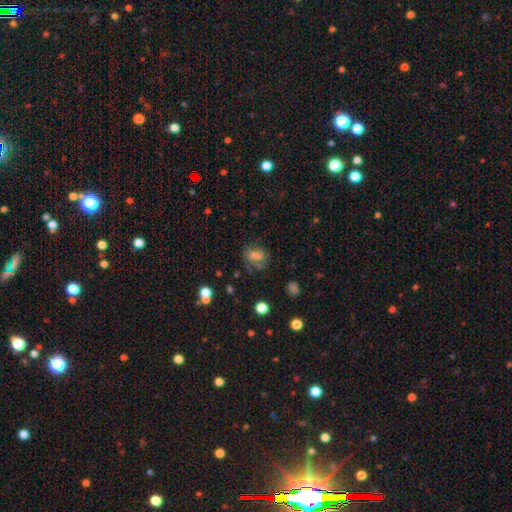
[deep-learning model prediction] Smooth or featured? Predicted: smooth (p=0.57). How rounded? Predicted: in between (p=0.55). Merging? Predicted: none (p=0.57).